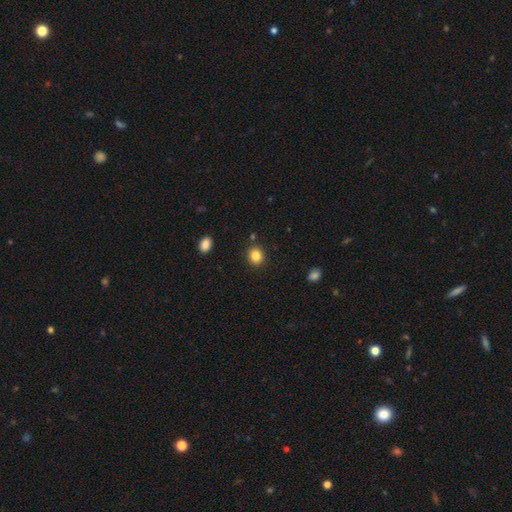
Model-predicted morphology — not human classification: Smooth or featured: smooth — 84% (star or artifact — 11%)
How rounded: round — 75% (in between — 24%)
Merging: none — 89% (minor disturbance — 7%)